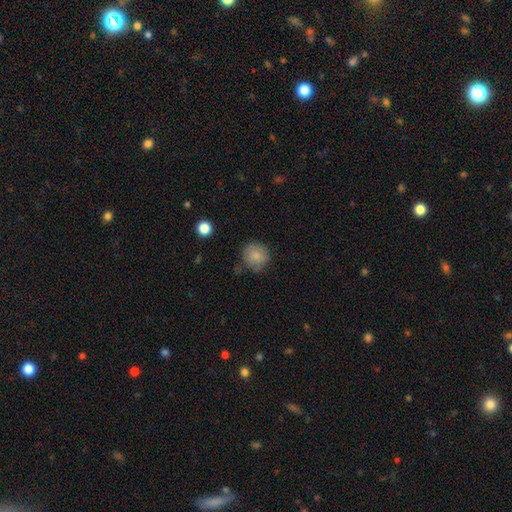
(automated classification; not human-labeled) Smooth or featured? Predicted: smooth (p=0.84). How rounded? Predicted: round (p=0.91). Merging? Predicted: none (p=0.76).